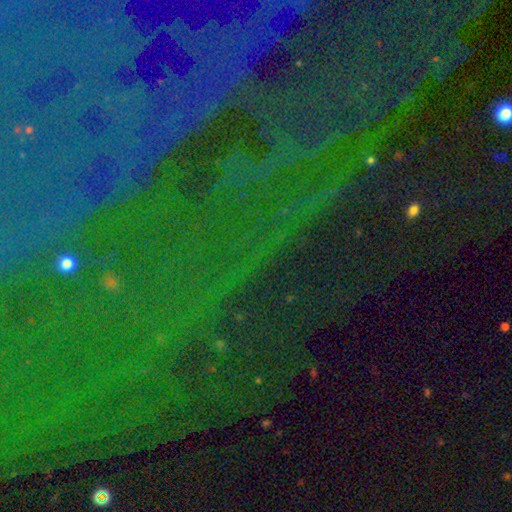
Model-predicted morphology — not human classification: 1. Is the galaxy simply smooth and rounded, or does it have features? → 79% star or artifact, 12% featured or disk, 9% smooth.